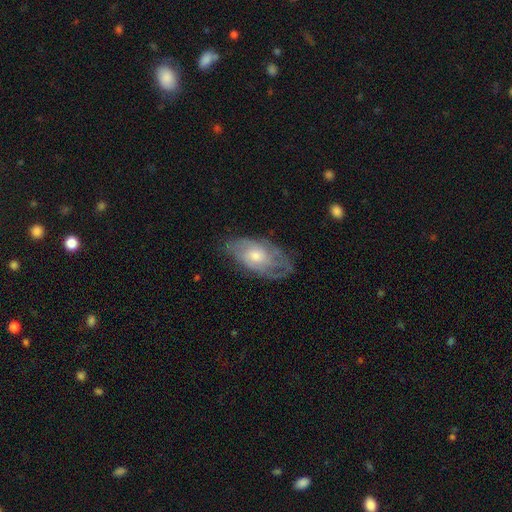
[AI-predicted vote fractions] This appears to be a featured or disk galaxy (61%) with no bar (79%), spiral arms (71%) and a moderate central bulge (56%). Merging: none (62%).